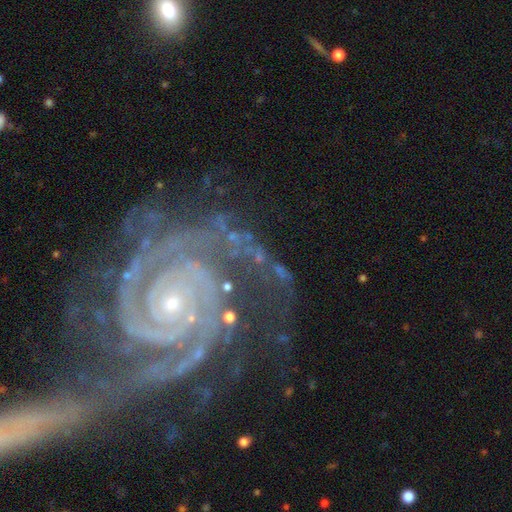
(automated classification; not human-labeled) This is clearly a featured or disk galaxy (93%). It is clearly not viewed edge-on (98%). Bar: likely no (71%). Spiral arm pattern: clearly yes (99%). Spiral arm count: possibly 2 (46%). Spiral winding: likely tight (78%). Central bulge: clearly small (82%). Merging: possibly none (53%).